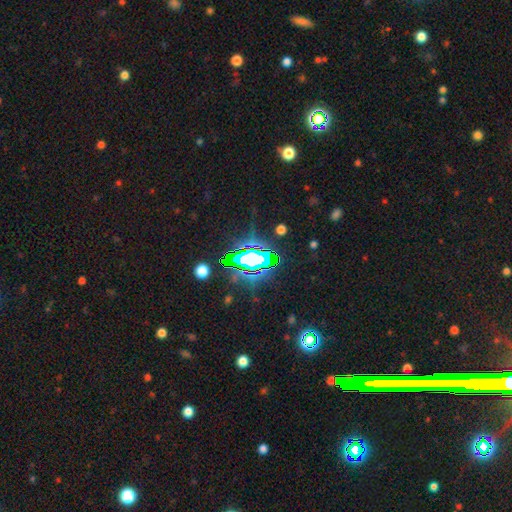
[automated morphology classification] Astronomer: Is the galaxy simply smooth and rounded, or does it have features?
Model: star or artifact — 69%.